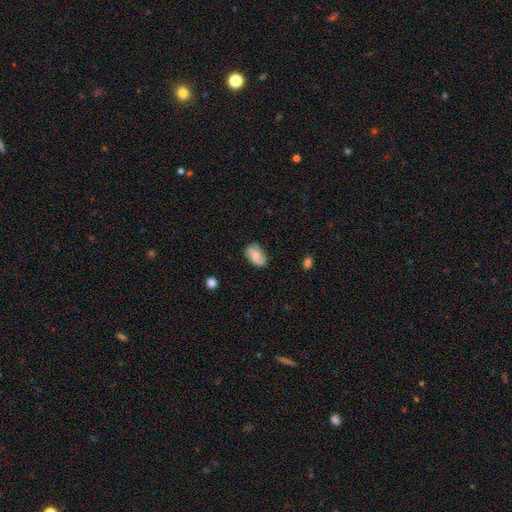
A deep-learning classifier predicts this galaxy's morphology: featured or disk 47%, smooth 45%, star or artifact 8%. Down the decision tree: merging — none (74%).